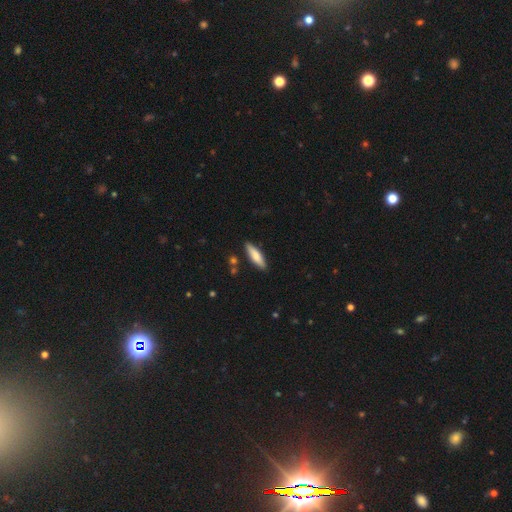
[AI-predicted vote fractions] This is likely a smooth galaxy (75%). How rounded: likely cigar-shaped (64%). Merging: clearly none (86%).